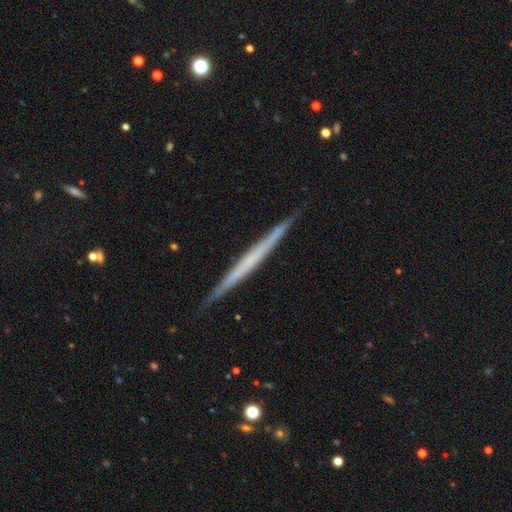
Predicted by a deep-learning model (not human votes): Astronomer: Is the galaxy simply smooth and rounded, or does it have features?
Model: featured or disk — 61%.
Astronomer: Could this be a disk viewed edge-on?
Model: yes — 97%.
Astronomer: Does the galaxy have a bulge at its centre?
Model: none — 90%.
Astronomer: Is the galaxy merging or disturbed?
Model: none — 90%.